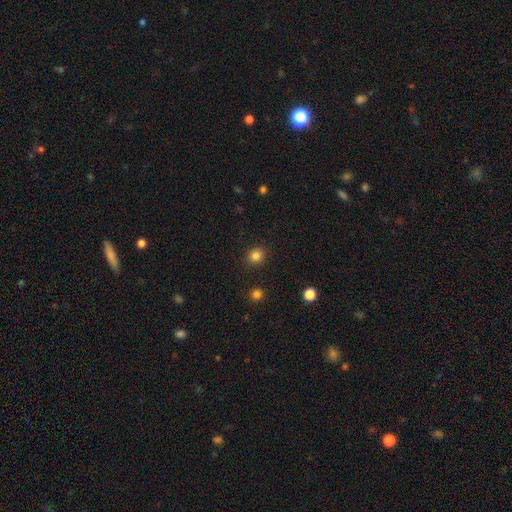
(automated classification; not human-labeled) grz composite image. It shows a smooth galaxy with no disk features (84%) that is round (77%). Merging: none (90%).